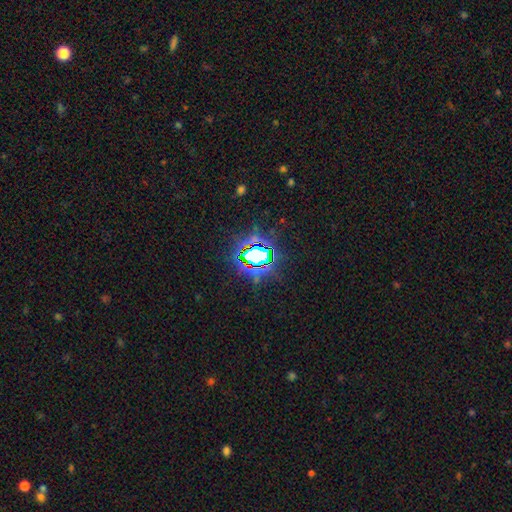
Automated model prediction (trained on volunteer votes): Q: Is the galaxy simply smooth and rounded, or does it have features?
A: star or artifact — 77%.